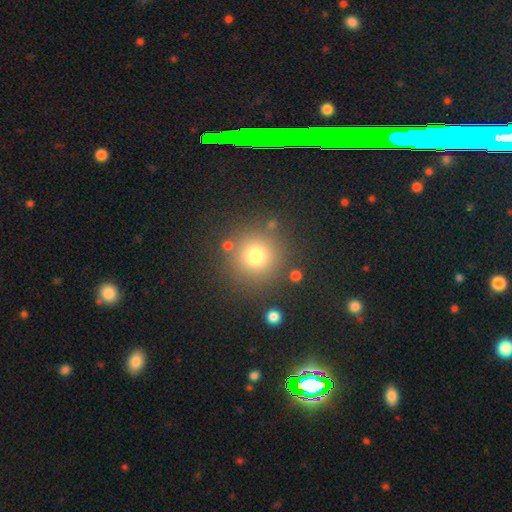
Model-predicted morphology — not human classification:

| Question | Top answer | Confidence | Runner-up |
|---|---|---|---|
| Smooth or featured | smooth | 74% | star or artifact (16%) |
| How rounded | round | 95% | in between (4%) |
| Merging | none | 84% | minor disturbance (8%) |